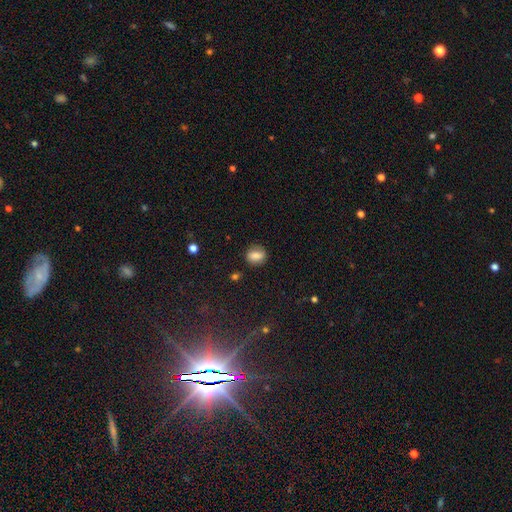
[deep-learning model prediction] smooth_or_featured: smooth (p=0.77) [alt: featured or disk p=0.13]
how_rounded: round (p=0.51) [alt: in between p=0.47]
merging: none (p=0.75) [alt: minor disturbance p=0.18]